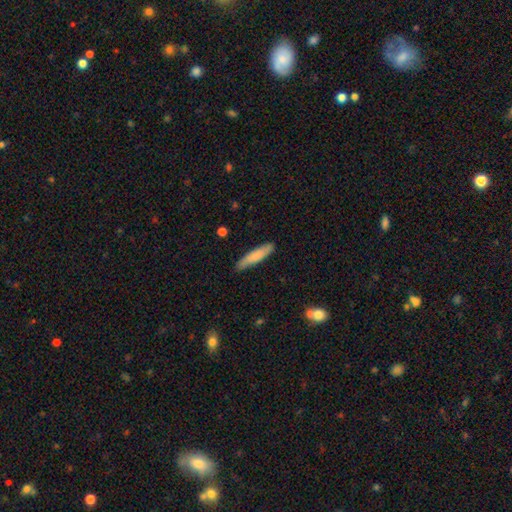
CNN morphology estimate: type=smooth (78%); roundness=cigar-shaped (84%); merging=none (87%).